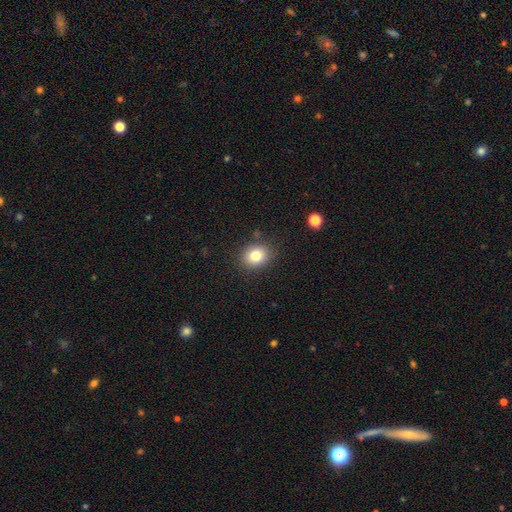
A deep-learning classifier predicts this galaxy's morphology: smooth_or_featured: smooth (p=0.80) [alt: star or artifact p=0.11]
how_rounded: round (p=0.60) [alt: in between p=0.39]
merging: none (p=0.86) [alt: minor disturbance p=0.09]